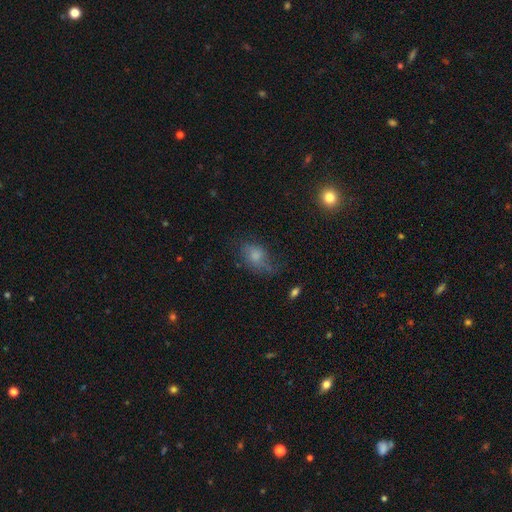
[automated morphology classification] A smooth galaxy with no disk features (67%) that is in between round and cigar-shaped (78%). Merging: none (45%).